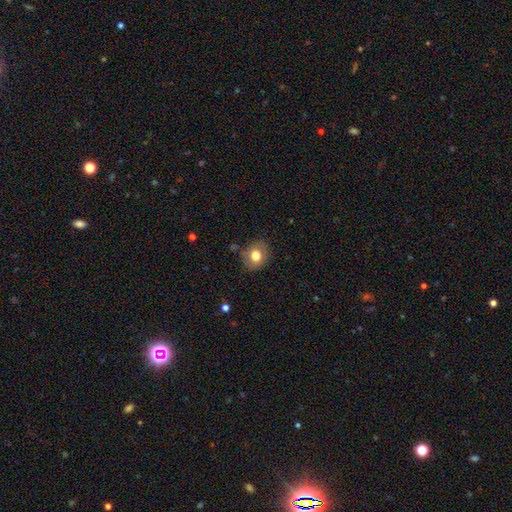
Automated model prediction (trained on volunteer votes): Overall: smooth (77%). How rounded: round (64%; in between 35%). Merging: none (81%).